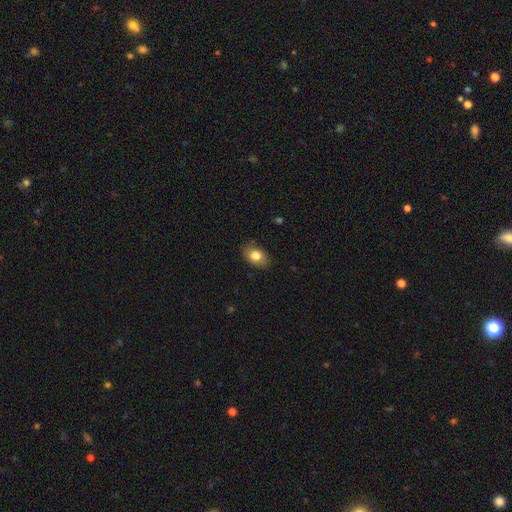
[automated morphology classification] Smooth or featured?
  - smooth: 81% *
  - featured or disk: 11%
  - star or artifact: 8%
How rounded?
  - in between: 80% *
  - round: 19%
  - cigar-shaped: 1%
Merging?
  - none: 84% *
  - minor disturbance: 12%
  - major disturbance: 3%
  - merger: 1%